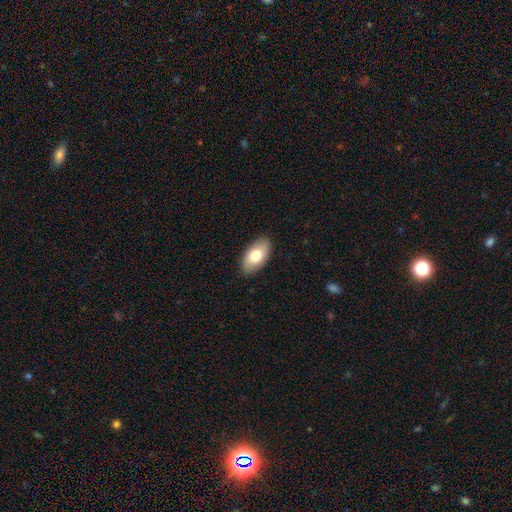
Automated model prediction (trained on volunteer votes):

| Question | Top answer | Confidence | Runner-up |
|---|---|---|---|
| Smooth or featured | smooth | 75% | featured or disk (19%) |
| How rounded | in between | 94% | round (3%) |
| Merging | none | 89% | minor disturbance (8%) |